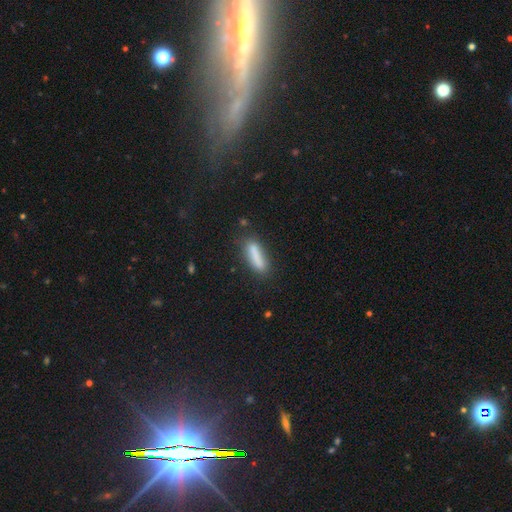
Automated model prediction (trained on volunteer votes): A smooth galaxy with no disk features (79%) that is cigar-shaped (73%). Merging: none (72%).